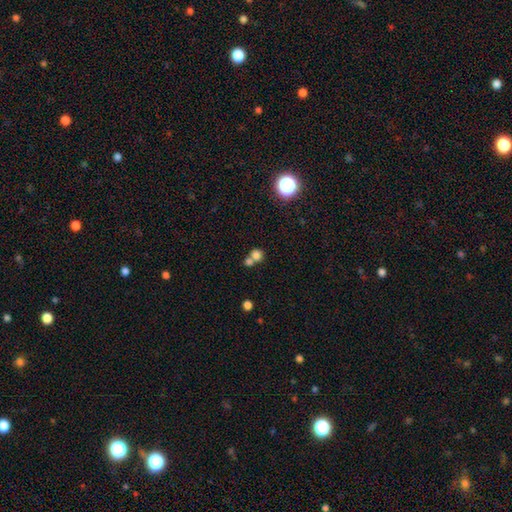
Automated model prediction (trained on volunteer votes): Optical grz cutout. It shows a smooth galaxy with no disk features (76%) that is round (81%). Merging: merger (53%).